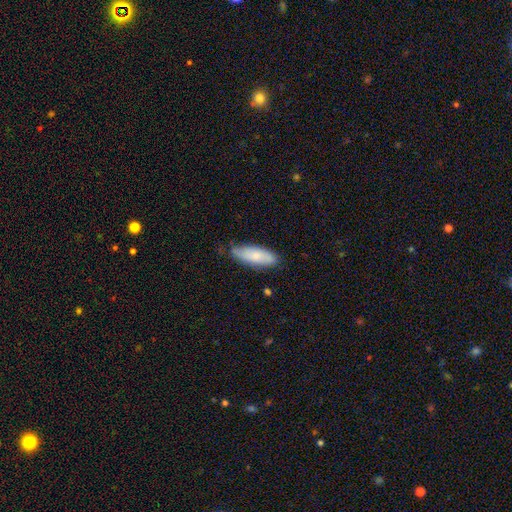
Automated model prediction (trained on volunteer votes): A smooth galaxy with no disk features (75%) that is in between round and cigar-shaped (66%).

Vote fractions:
- Smooth or featured? smooth: 75% / featured or disk: 20% / star or artifact: 6%
- How rounded? in between: 66% / cigar-shaped: 32% / round: 2%
- Merging? none: 71% / minor disturbance: 24% / major disturbance: 4% / merger: 1%